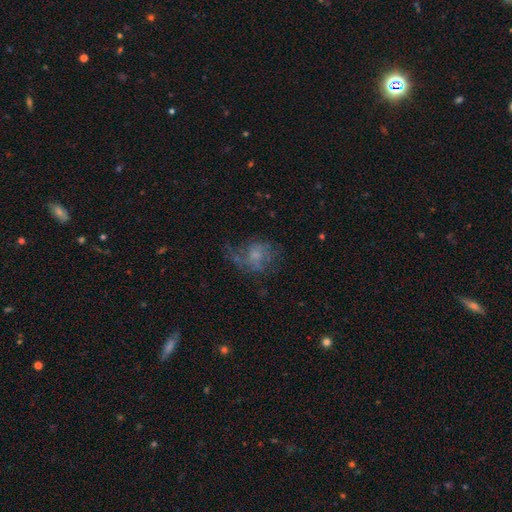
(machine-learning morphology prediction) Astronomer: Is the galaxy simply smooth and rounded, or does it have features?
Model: featured or disk — 44% (runner-up: smooth, 41%).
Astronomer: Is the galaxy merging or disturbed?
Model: none — 41% (runner-up: major disturbance, 34%).